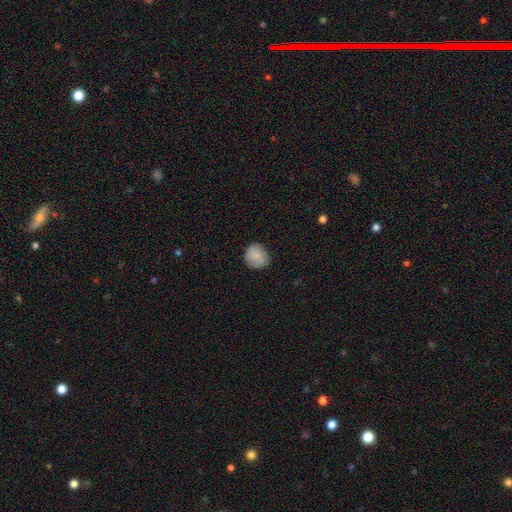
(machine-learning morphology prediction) type=smooth (82%); roundness=round (84%); merging=none (81%).